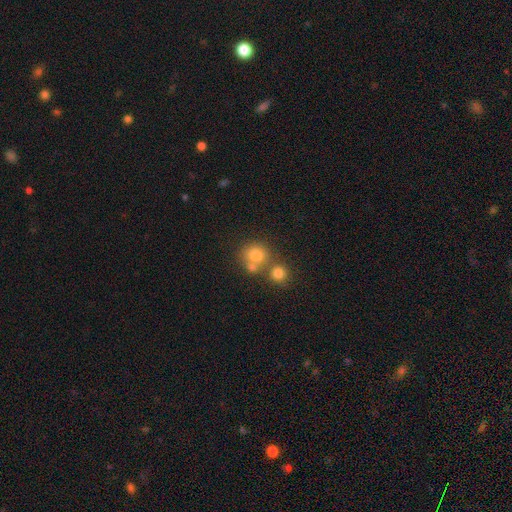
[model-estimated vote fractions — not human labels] smooth_or_featured: smooth (p=0.75) [alt: star or artifact p=0.14]
how_rounded: round (p=0.82) [alt: in between p=0.17]
merging: none (p=0.52) [alt: merger p=0.34]